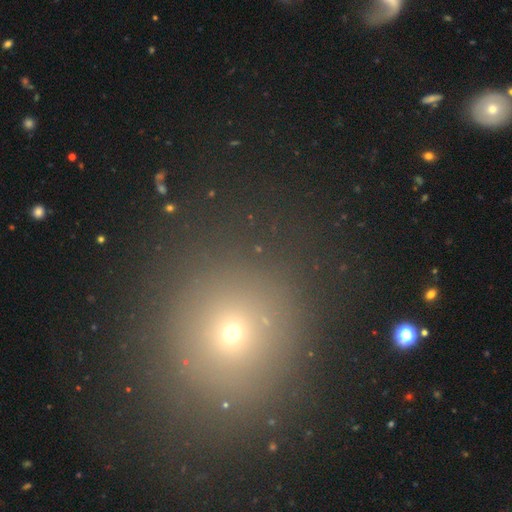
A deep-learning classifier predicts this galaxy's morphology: smooth_or_featured: smooth (p=0.59) [alt: star or artifact p=0.31]
how_rounded: round (p=0.88) [alt: in between p=0.11]
merging: none (p=0.85) [alt: minor disturbance p=0.08]